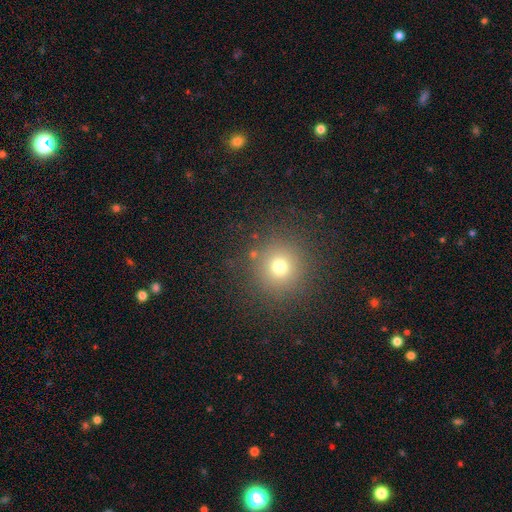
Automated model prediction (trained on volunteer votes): smooth_or_featured: smooth (p=0.66) [alt: star or artifact p=0.27]
how_rounded: round (p=0.95) [alt: in between p=0.04]
merging: none (p=0.91) [alt: minor disturbance p=0.05]